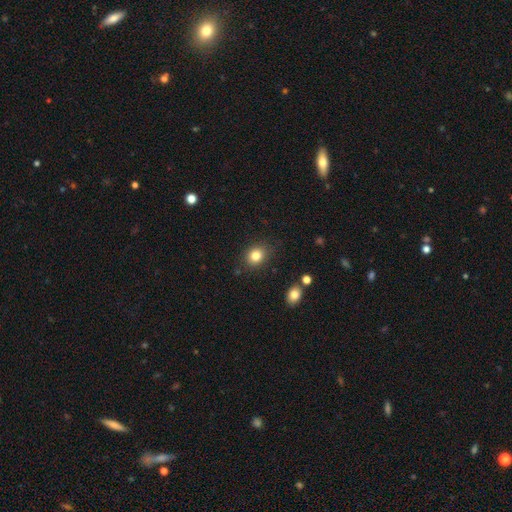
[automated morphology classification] A smooth galaxy with no disk features (82%) that is round (61%).

Vote fractions:
- Smooth or featured? smooth: 82% / star or artifact: 11% / featured or disk: 7%
- How rounded? round: 61% / in between: 38% / cigar-shaped: 1%
- Merging? none: 83% / minor disturbance: 12% / major disturbance: 3% / merger: 2%